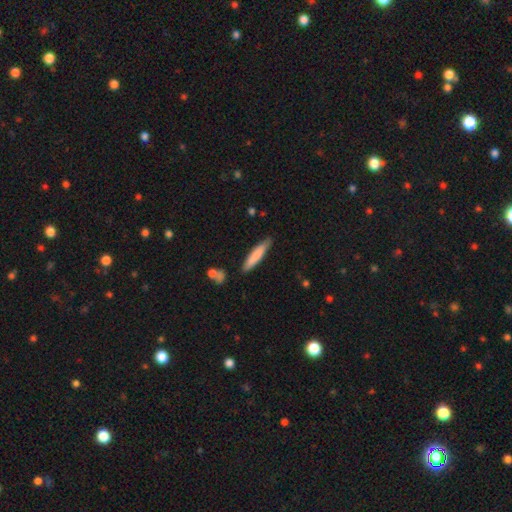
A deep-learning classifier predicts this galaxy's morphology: The model was most divided on "smooth or featured": smooth: 78%, featured or disk: 16%, star or artifact: 6%. More confident: how rounded — cigar-shaped (89%); merging — none (84%).